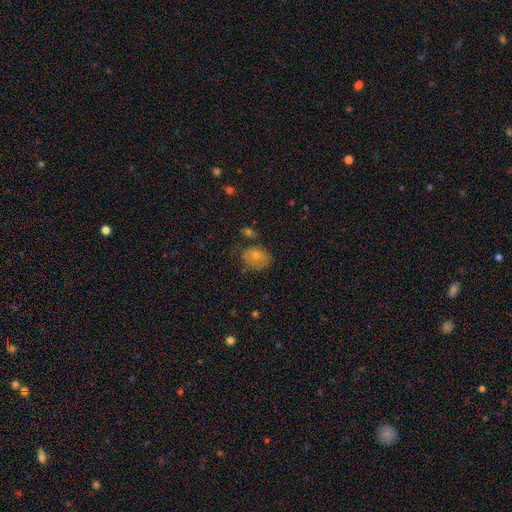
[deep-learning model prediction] A smooth galaxy with no disk features (55%) that is round (51%). Merging: none (62%).